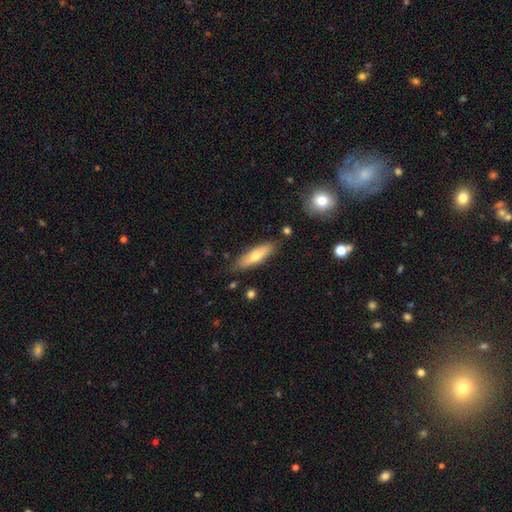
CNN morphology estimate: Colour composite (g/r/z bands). It shows a smooth galaxy with no disk features (59%) that is cigar-shaped (62%). Merging: none (82%).